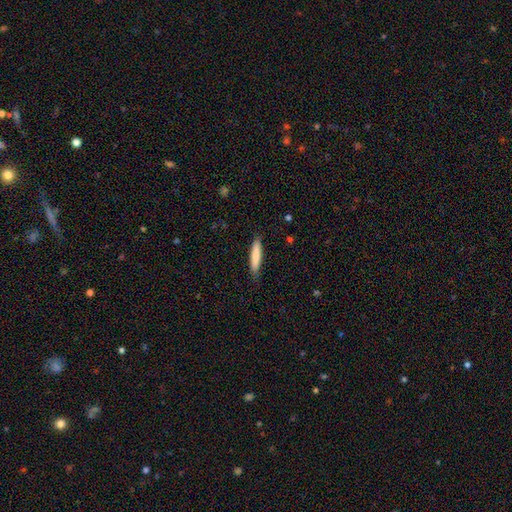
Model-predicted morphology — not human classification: type=smooth (79%); roundness=cigar-shaped (87%); merging=none (85%).